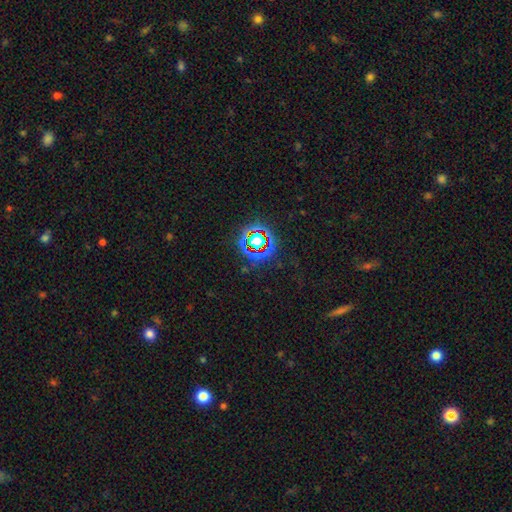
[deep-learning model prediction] A star or artifact, not a galaxy (77%).